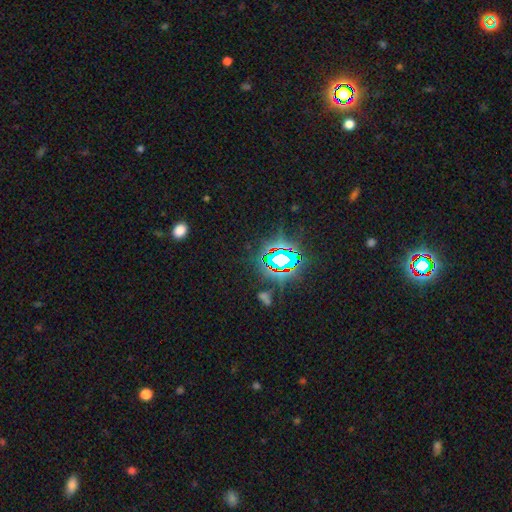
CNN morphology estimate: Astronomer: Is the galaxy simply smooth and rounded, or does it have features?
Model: star or artifact — 83%.